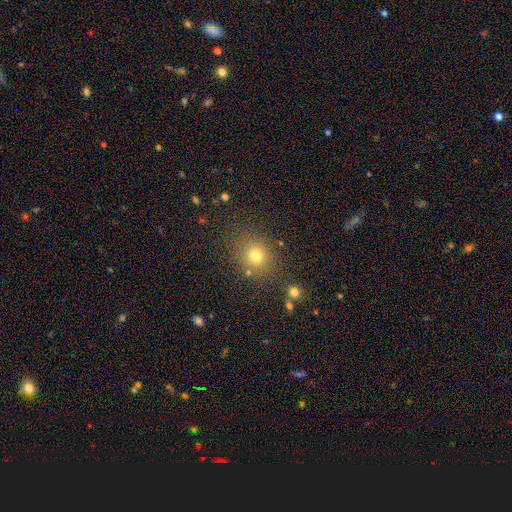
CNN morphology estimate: This is likely a smooth galaxy (75%). How rounded: clearly round (82%). Merging: clearly none (81%).